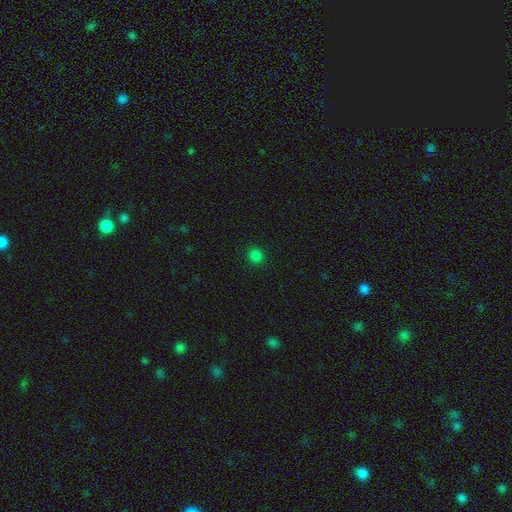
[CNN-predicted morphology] Overall: smooth (82%). How rounded: round (91%). Merging: none (92%).